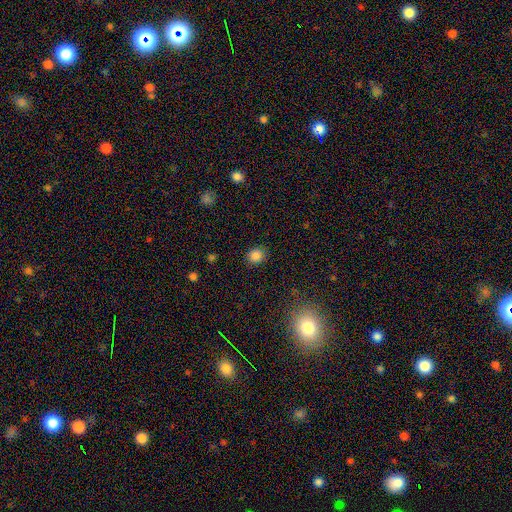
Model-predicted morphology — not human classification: smooth_or_featured: smooth (p=0.85) [alt: star or artifact p=0.12]
how_rounded: round (p=0.63) [alt: in between p=0.36]
merging: none (p=0.85) [alt: minor disturbance p=0.11]